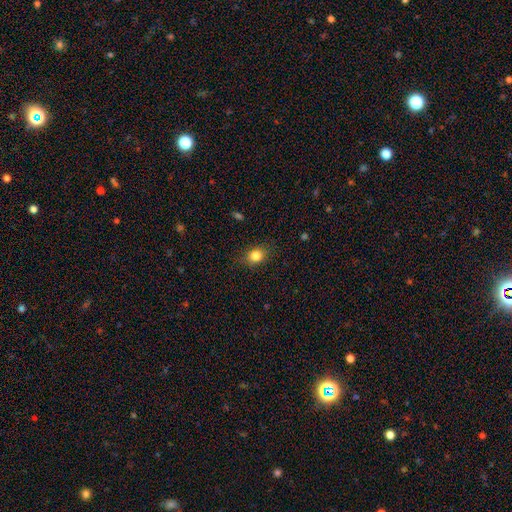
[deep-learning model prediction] This appears to be a smooth galaxy with no disk features (82%) that is round (58%). Merging: none (84%).